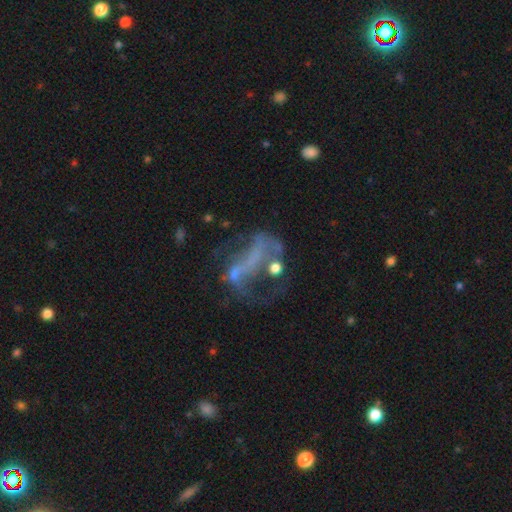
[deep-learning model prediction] A featured or disk galaxy (64%) with no bar (57%), spiral arms (55%) and no central bulge (58%).

Vote fractions:
- Smooth or featured? featured or disk: 64% / smooth: 21% / star or artifact: 15%
- Edge-on disk? no: 96% / yes: 4%
- Bar? no: 57% / weak: 26% / strong: 17%
- Spiral arms? yes: 55% / no: 45%
- Bulge size? none: 58% / small: 26% / moderate: 12% / large: 3% / dominant: 2%
- Merging? major disturbance: 39% / none: 29% / merger: 16% / minor disturbance: 16%